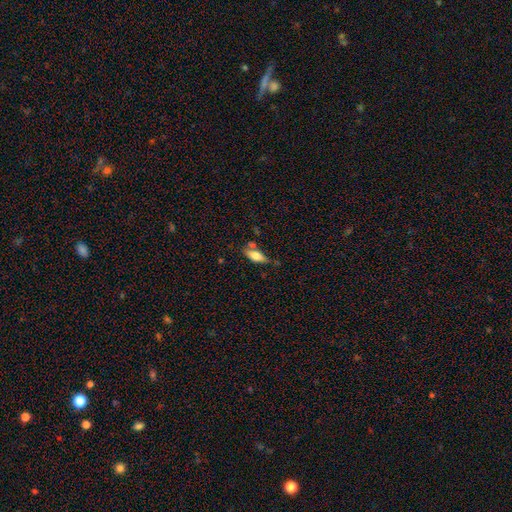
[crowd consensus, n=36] smooth-or-featured: smooth: 72% | featured or disk: 28% | star or artifact: 0%
  how-rounded: in between: 81% | cigar-shaped: 19% | round: 0%
  merging: none: 75% | minor disturbance: 17% | merger: 6% | major disturbance: 3%